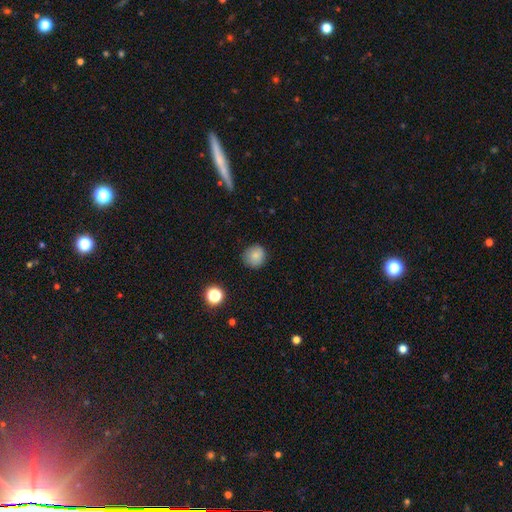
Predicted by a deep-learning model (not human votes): Morphology: type=smooth (83%); roundness=round (91%); merging=none (86%).